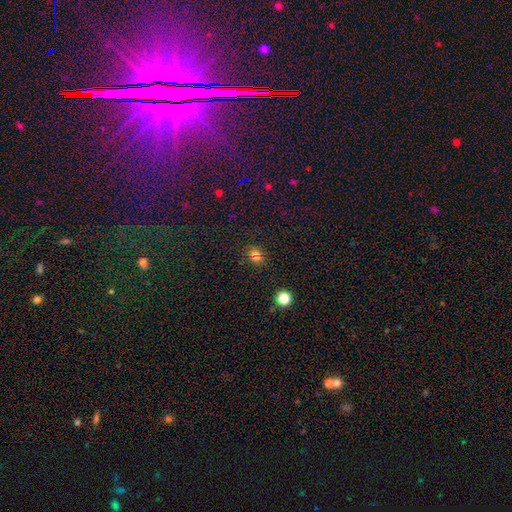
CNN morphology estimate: Smooth or featured?
  - smooth: 72% *
  - star or artifact: 21%
  - featured or disk: 8%
How rounded?
  - round: 54% *
  - in between: 45%
  - cigar-shaped: 1%
Merging?
  - none: 67% *
  - merger: 14%
  - minor disturbance: 14%
  - major disturbance: 5%